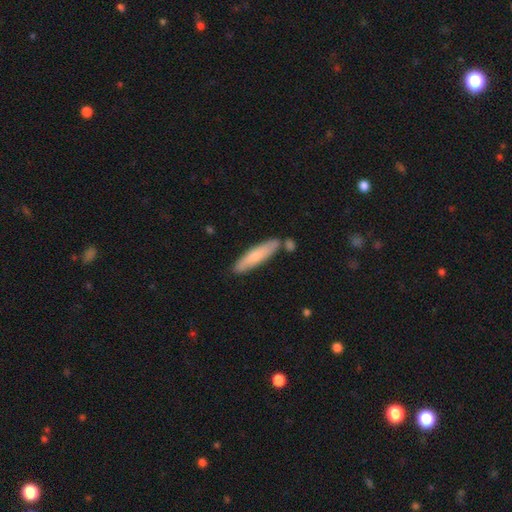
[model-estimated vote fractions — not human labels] Morphology: type=smooth (74%); roundness=cigar-shaped (80%); merging=none (77%).